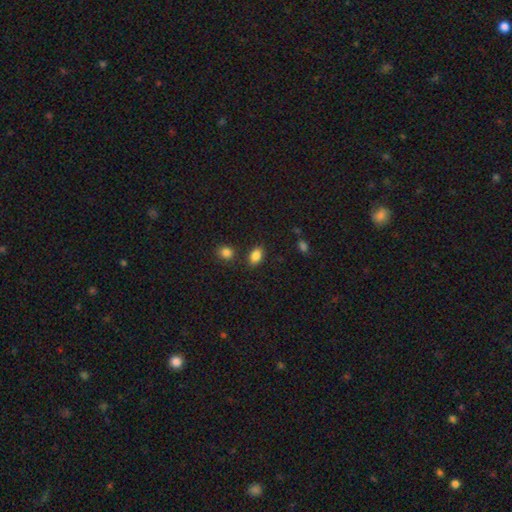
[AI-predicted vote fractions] A smooth galaxy with no disk features (86%) that is in between round and cigar-shaped (81%).

Vote fractions:
- Smooth or featured? smooth: 86% / star or artifact: 9% / featured or disk: 4%
- How rounded? in between: 81% / round: 17% / cigar-shaped: 1%
- Merging? none: 80% / minor disturbance: 11% / merger: 6% / major disturbance: 3%